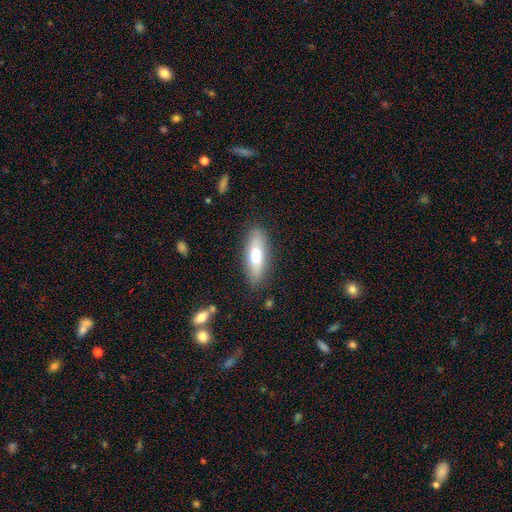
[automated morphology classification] type=smooth (70%); roundness=in between (51%); merging=none (84%).